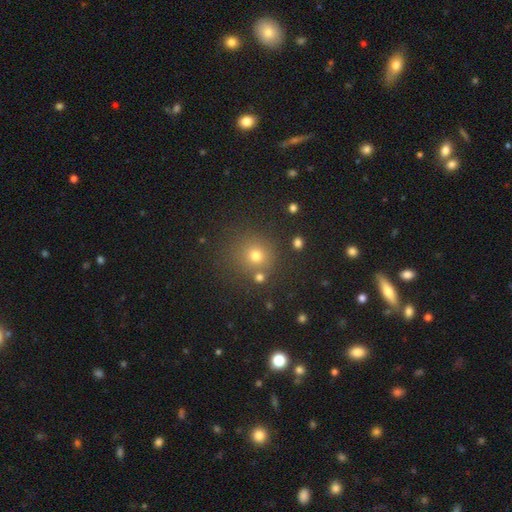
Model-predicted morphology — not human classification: Overall: smooth (70%). How rounded: round (91%). Merging: none (78%).